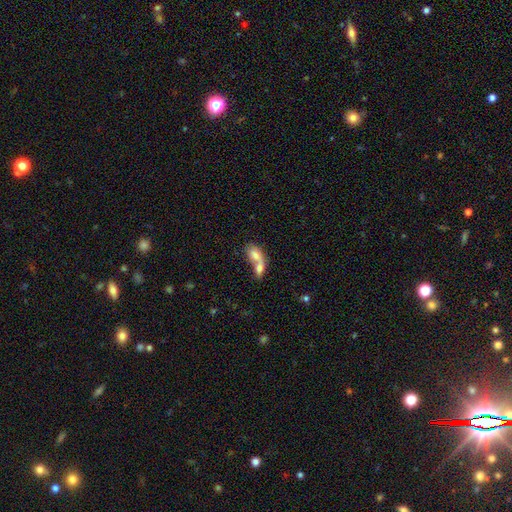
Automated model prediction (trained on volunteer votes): This is likely a smooth galaxy (69%). How rounded: likely in between (79%). Merging: likely merger (75%).